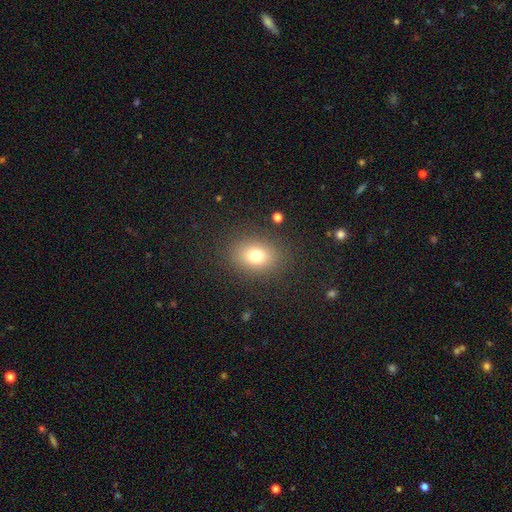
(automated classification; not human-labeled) smooth_or_featured: smooth (p=0.76) [alt: star or artifact p=0.14]
how_rounded: in between (p=0.53) [alt: round p=0.46]
merging: none (p=0.85) [alt: minor disturbance p=0.09]